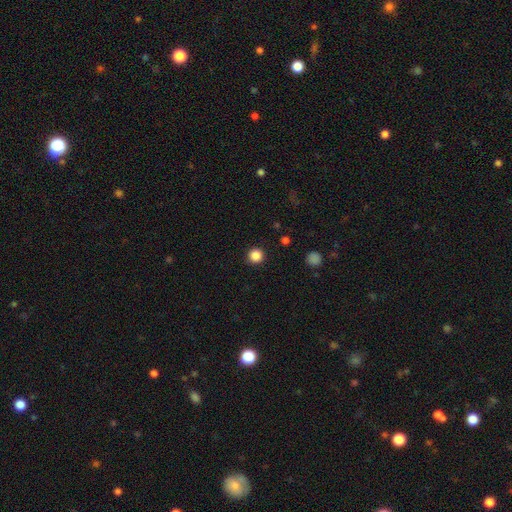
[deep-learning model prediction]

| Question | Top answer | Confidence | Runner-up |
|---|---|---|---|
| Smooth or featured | smooth | 86% | star or artifact (11%) |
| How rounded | round | 96% | in between (3%) |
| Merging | none | 92% | minor disturbance (5%) |